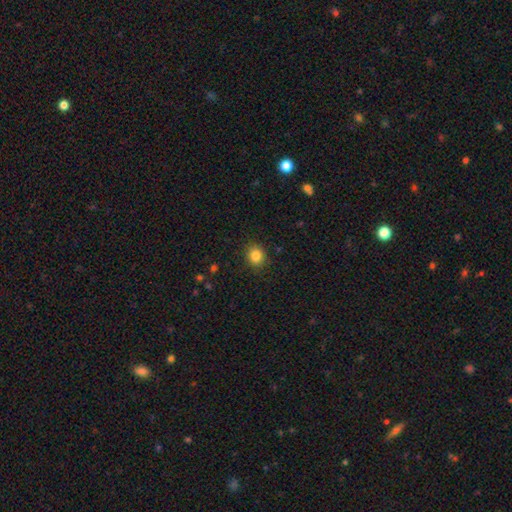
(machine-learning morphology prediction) Smooth or featured: smooth — 84% (star or artifact — 11%)
How rounded: round — 74% (in between — 25%)
Merging: none — 88% (minor disturbance — 8%)